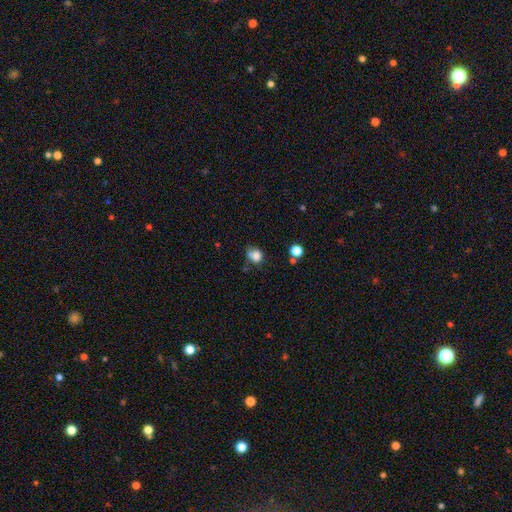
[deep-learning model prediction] Smooth or featured: smooth — 78% (star or artifact — 12%)
How rounded: round — 64% (in between — 35%)
Merging: none — 44% (minor disturbance — 26%)